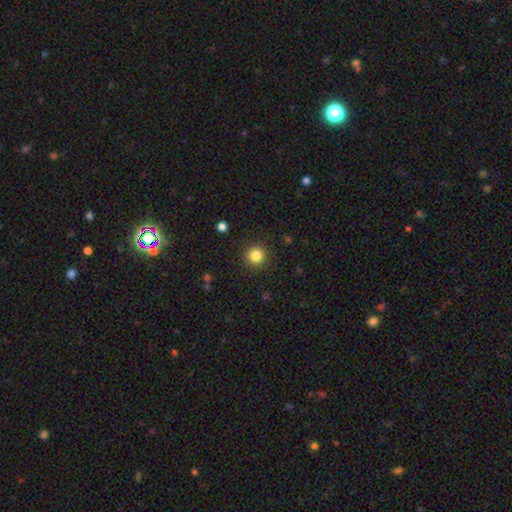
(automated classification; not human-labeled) This appears to be a smooth galaxy with no disk features (84%) that is round (95%). Merging: none (91%).